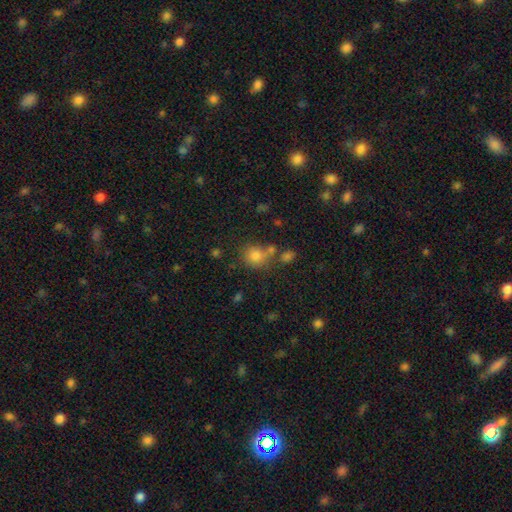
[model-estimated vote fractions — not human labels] A smooth galaxy with no disk features (79%) that is round (80%). Merging: none (60%).